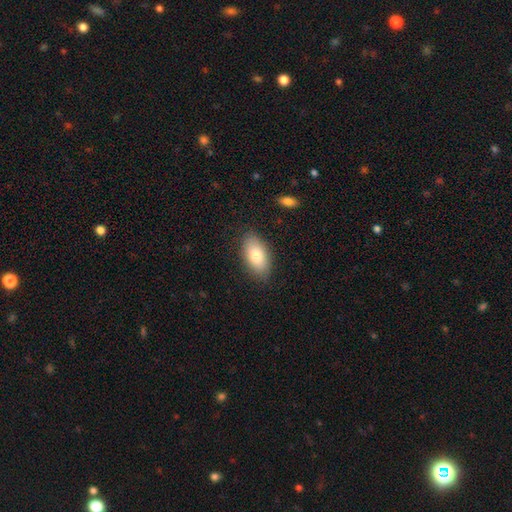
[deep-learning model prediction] smooth-or-featured: smooth: 79% | featured or disk: 14% | star or artifact: 7%
  how-rounded: in between: 92% | round: 4% | cigar-shaped: 4%
  merging: none: 85% | minor disturbance: 11% | major disturbance: 3% | merger: 1%